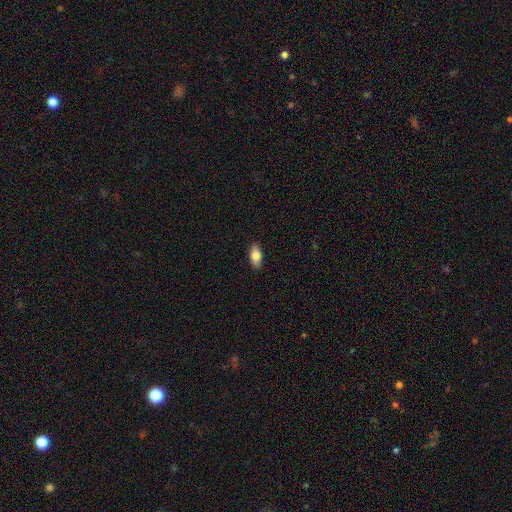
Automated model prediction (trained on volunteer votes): A smooth galaxy with no disk features (80%) that is in between round and cigar-shaped (89%).

Vote fractions:
- Smooth or featured? smooth: 80% / featured or disk: 13% / star or artifact: 7%
- How rounded? in between: 89% / cigar-shaped: 7% / round: 4%
- Merging? none: 89% / minor disturbance: 8% / major disturbance: 2% / merger: 1%